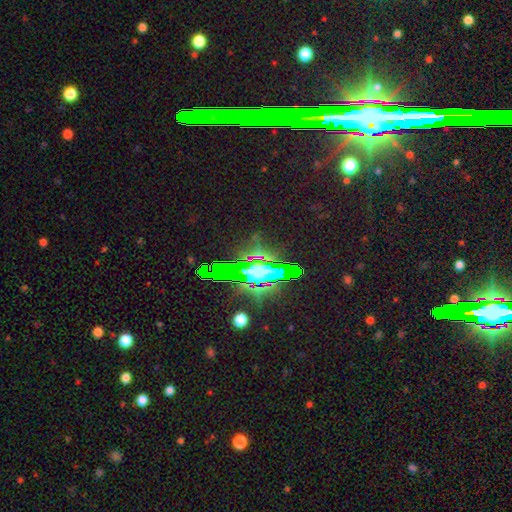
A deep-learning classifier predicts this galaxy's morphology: Smooth or featured? Predicted: star or artifact (p=0.71).